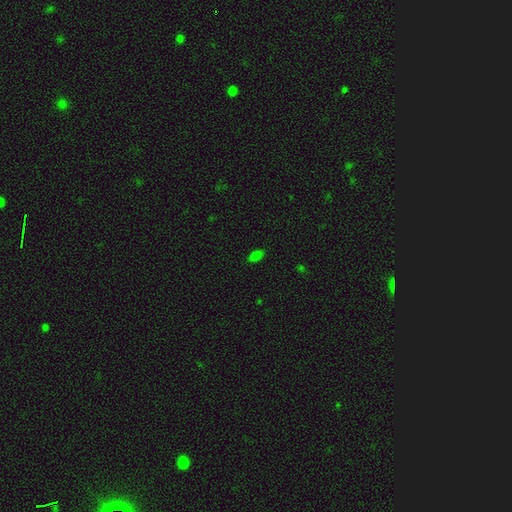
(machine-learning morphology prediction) Overall: smooth (77%). How rounded: in between (90%). Merging: none (86%).